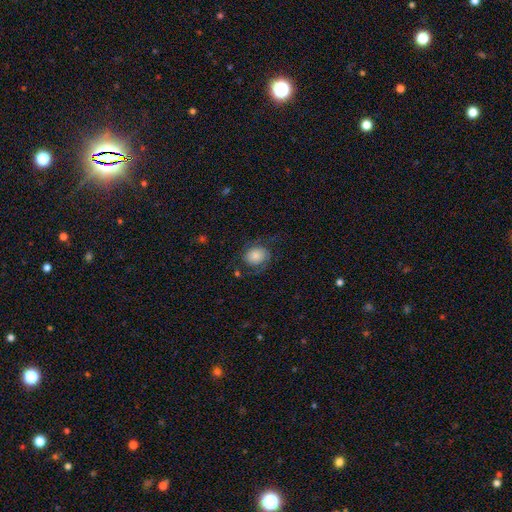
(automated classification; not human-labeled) The model was most divided on "how rounded": round: 59%, in between: 40%, cigar-shaped: 1%. More confident: merging — none (64%); smooth or featured — smooth (59%).